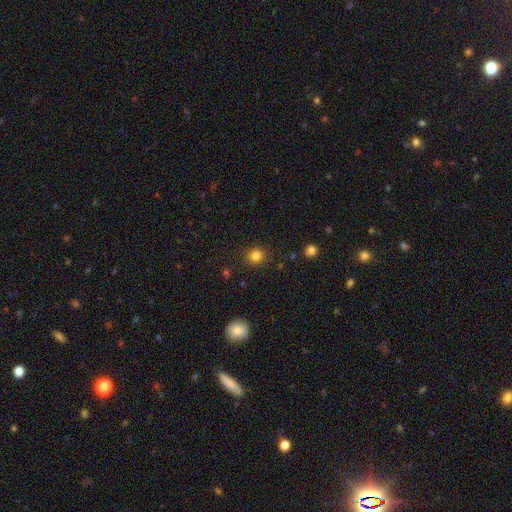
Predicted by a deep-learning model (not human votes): Smooth or featured? smooth (82%)
How rounded? round (88%)
Merging? none (88%)